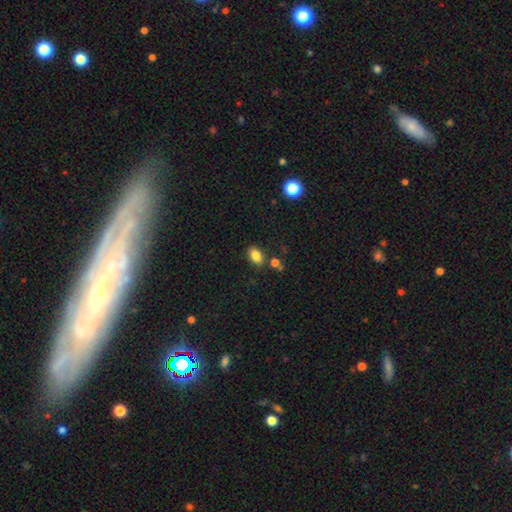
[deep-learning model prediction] A smooth galaxy with no disk features (85%) that is in between round and cigar-shaped (87%).

Vote fractions:
- Smooth or featured? smooth: 85% / star or artifact: 10% / featured or disk: 6%
- How rounded? in between: 87% / round: 11% / cigar-shaped: 2%
- Merging? none: 78% / minor disturbance: 11% / merger: 8% / major disturbance: 3%